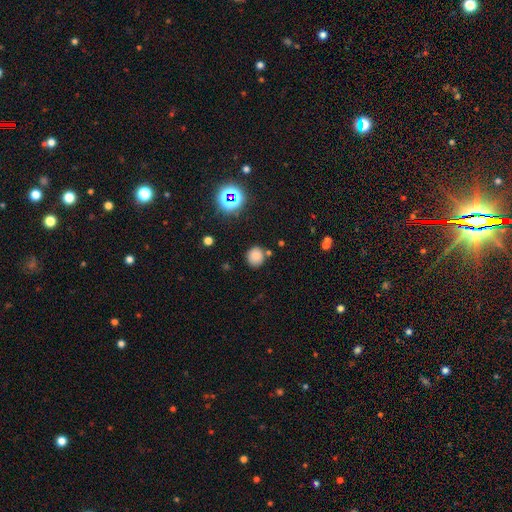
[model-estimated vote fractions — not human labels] Smooth or featured? smooth (78%)
How rounded? round (89%)
Merging? none (80%)